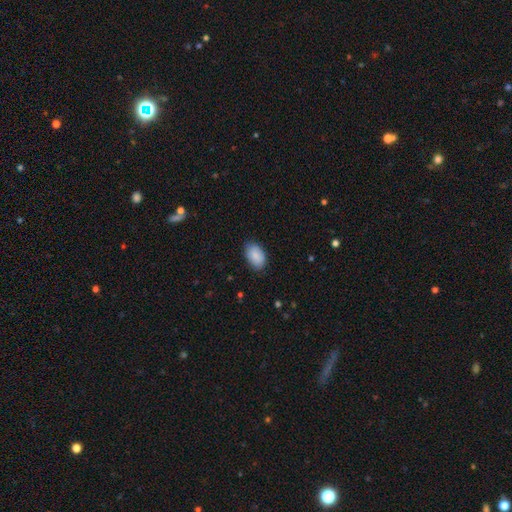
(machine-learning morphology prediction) Smooth or featured: smooth — 89% (star or artifact — 6%)
How rounded: in between — 91% (round — 8%)
Merging: none — 82% (minor disturbance — 14%)